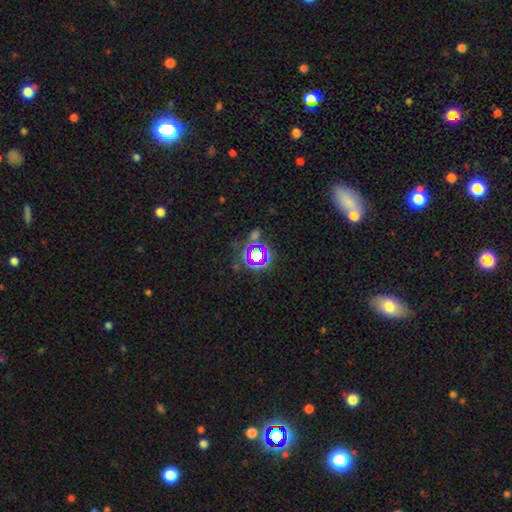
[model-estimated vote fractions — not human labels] Smooth or featured? Predicted: star or artifact (p=0.64).